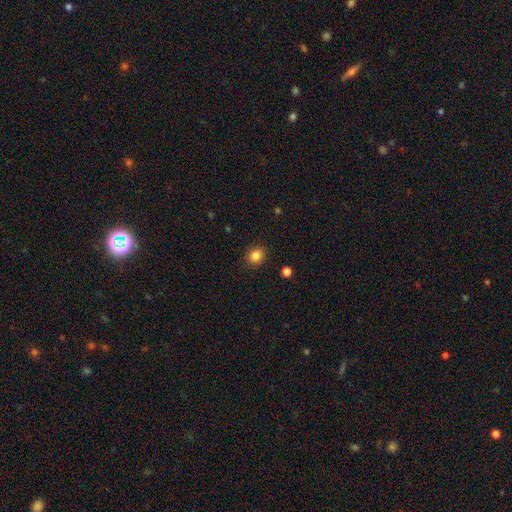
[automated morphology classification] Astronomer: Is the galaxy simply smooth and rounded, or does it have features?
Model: smooth — 85%.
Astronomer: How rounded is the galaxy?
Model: round — 75%.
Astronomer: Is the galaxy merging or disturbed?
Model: none — 90%.